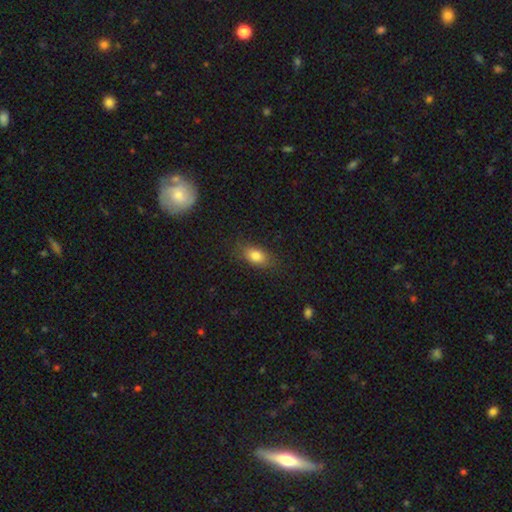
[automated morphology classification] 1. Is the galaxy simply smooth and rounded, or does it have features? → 82% smooth, 9% star or artifact, 9% featured or disk.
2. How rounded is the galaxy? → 83% in between, 12% round, 5% cigar-shaped.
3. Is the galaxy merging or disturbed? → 78% none, 16% minor disturbance, 5% major disturbance, 1% merger.